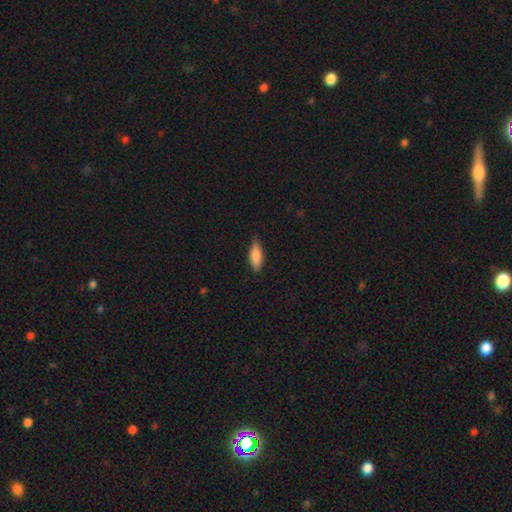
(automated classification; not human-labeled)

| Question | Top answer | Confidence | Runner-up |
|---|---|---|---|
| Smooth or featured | smooth | 83% | featured or disk (11%) |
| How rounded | in between | 66% | cigar-shaped (32%) |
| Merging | none | 83% | minor disturbance (13%) |